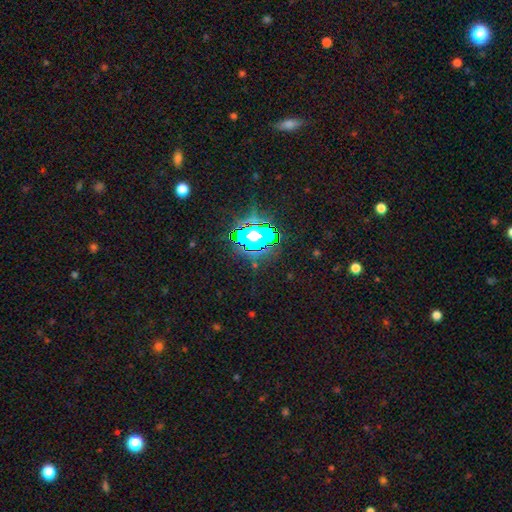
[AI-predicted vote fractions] star or artifact 78%, smooth 13%, featured or disk 9%.